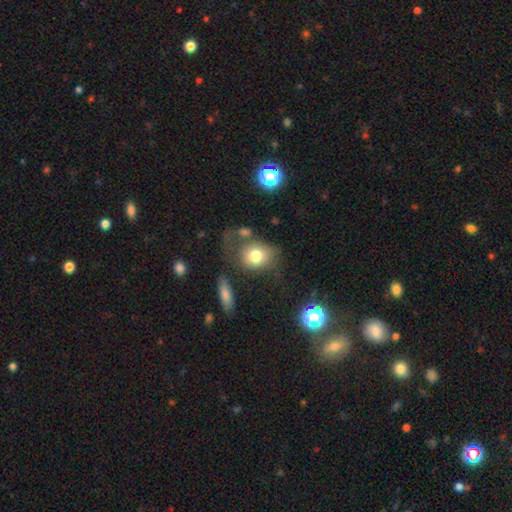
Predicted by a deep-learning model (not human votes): Smooth or featured: smooth — 76% (featured or disk — 14%)
How rounded: round — 59% (in between — 40%)
Merging: none — 48% (minor disturbance — 21%)